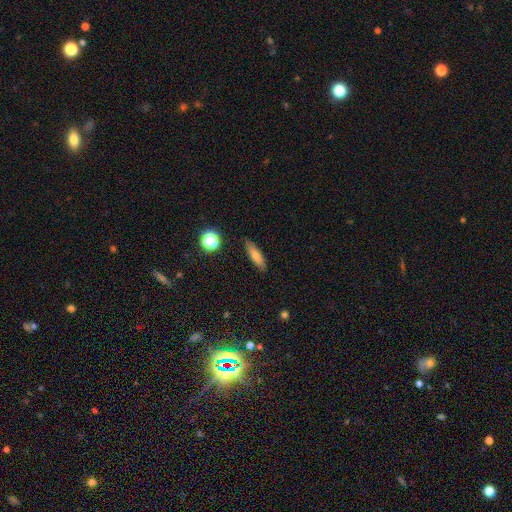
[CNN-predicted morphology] smooth 74%, featured or disk 17%, star or artifact 9%. Down the decision tree: how rounded — cigar-shaped (65%); merging — none (88%).